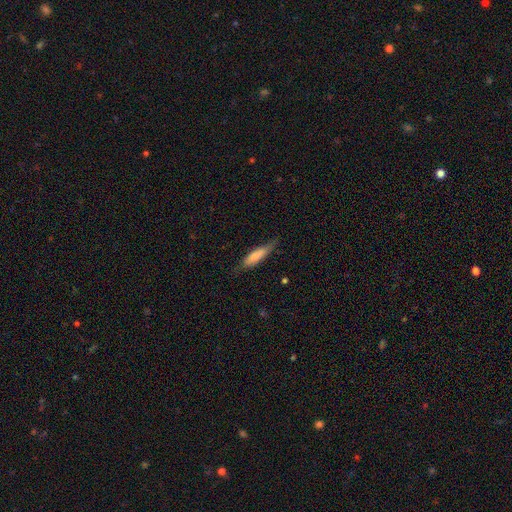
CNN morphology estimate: Smooth or featured? smooth (76%)
How rounded? cigar-shaped (68%)
Merging? none (63%)